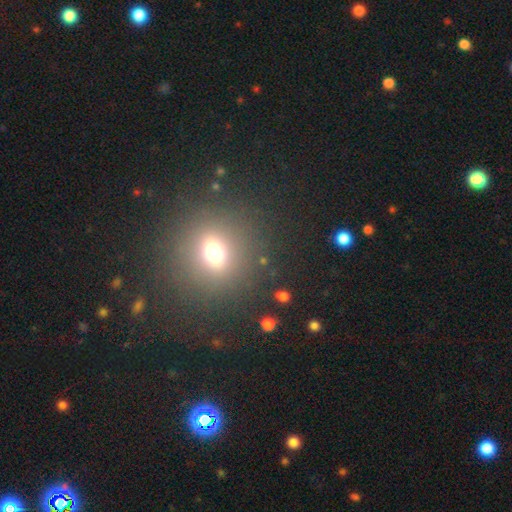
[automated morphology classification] Overall: smooth (56%; star or artifact 33%). How rounded: round (80%). Merging: none (90%).